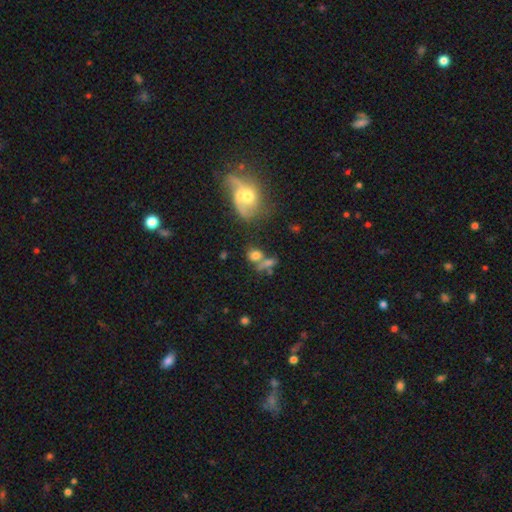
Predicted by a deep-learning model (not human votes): Smooth or featured? smooth (69%)
How rounded? in between (49%)
Merging? none (40%)